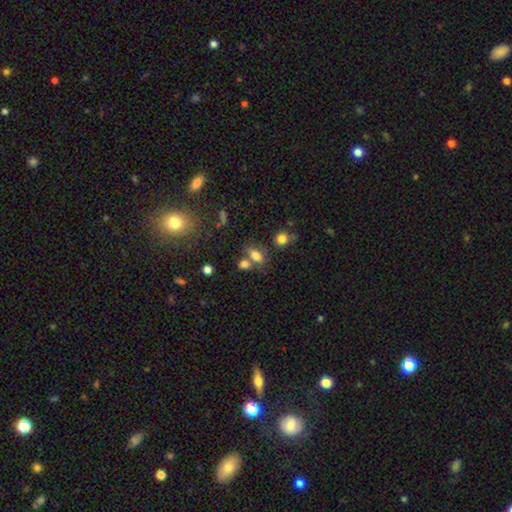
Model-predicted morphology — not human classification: Overall: smooth (75%). How rounded: in between (79%). Merging: none (53%; merger 29%).